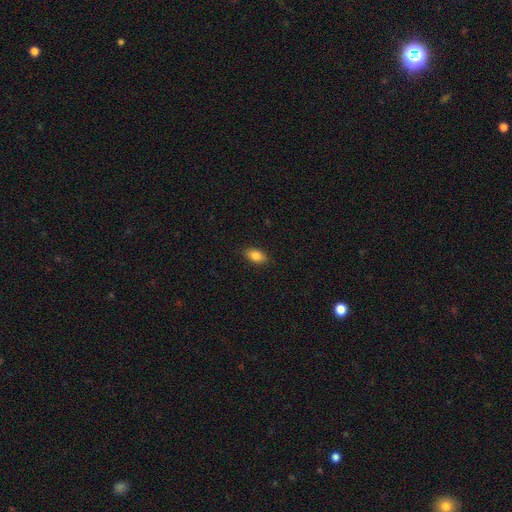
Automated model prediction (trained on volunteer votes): smooth 85%, star or artifact 8%, featured or disk 7%. Down the decision tree: how rounded — in between (90%); merging — none (87%).